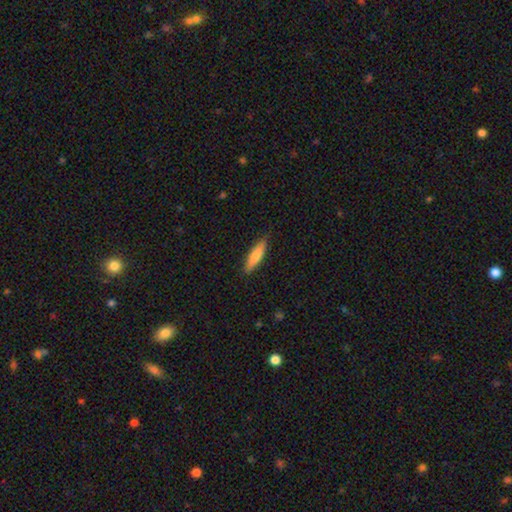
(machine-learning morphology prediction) This appears to be a smooth galaxy with no disk features (74%) that is cigar-shaped (76%). Merging: none (83%).